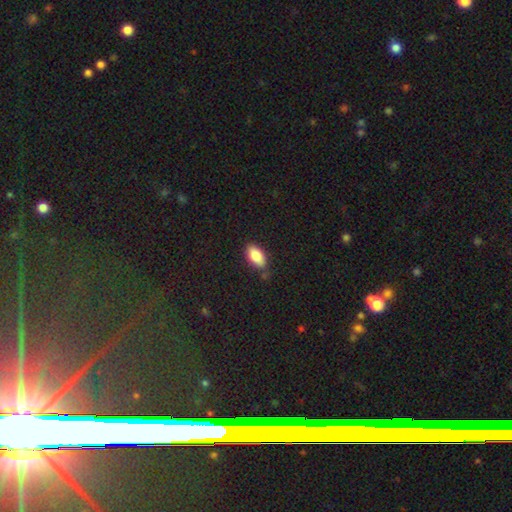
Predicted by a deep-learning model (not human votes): A smooth galaxy with no disk features (85%) that is in between round and cigar-shaped (92%).

Vote fractions:
- Smooth or featured? smooth: 85% / featured or disk: 8% / star or artifact: 7%
- How rounded? in between: 92% / cigar-shaped: 5% / round: 3%
- Merging? none: 78% / minor disturbance: 16% / major disturbance: 3% / merger: 3%